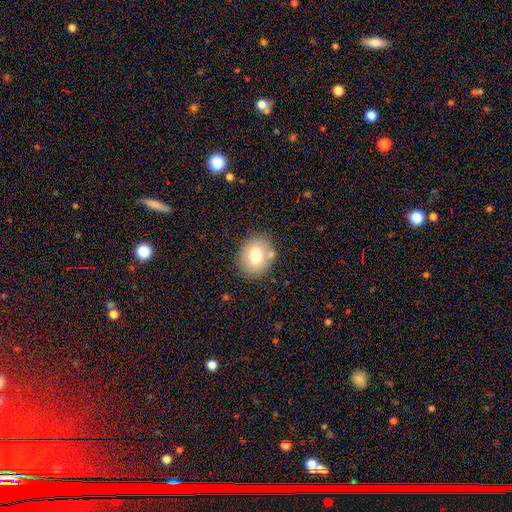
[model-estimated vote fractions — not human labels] smooth-or-featured: smooth: 71% | featured or disk: 19% | star or artifact: 10%
  how-rounded: round: 62% | in between: 37% | cigar-shaped: 1%
  merging: none: 78% | minor disturbance: 12% | merger: 7% | major disturbance: 3%